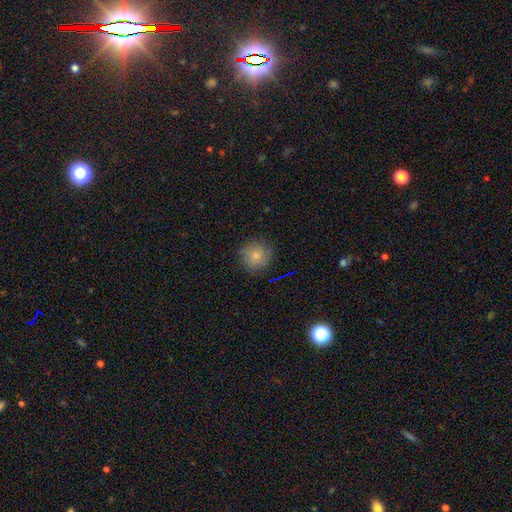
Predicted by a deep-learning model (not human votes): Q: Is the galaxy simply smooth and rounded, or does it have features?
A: smooth — 79%.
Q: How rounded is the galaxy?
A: round — 92%.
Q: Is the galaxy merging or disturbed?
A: none — 83%.